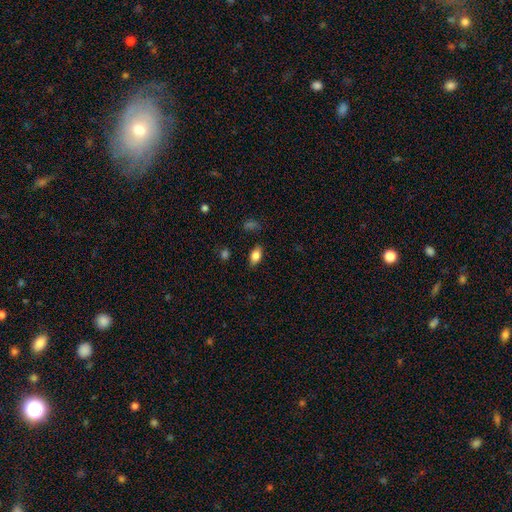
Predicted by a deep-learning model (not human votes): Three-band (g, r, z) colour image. It shows a smooth galaxy with no disk features (83%) that is in between round and cigar-shaped (90%). Merging: none (84%).